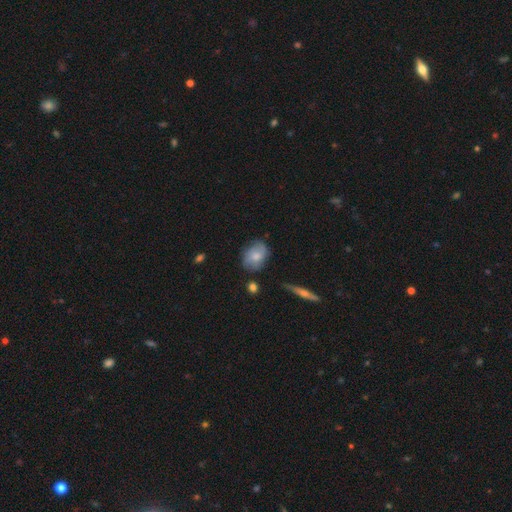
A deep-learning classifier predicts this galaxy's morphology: smooth-or-featured: smooth: 56% | featured or disk: 37% | star or artifact: 7%
  how-rounded: in between: 65% | round: 33% | cigar-shaped: 2%
  merging: none: 69% | minor disturbance: 23% | major disturbance: 6% | merger: 3%